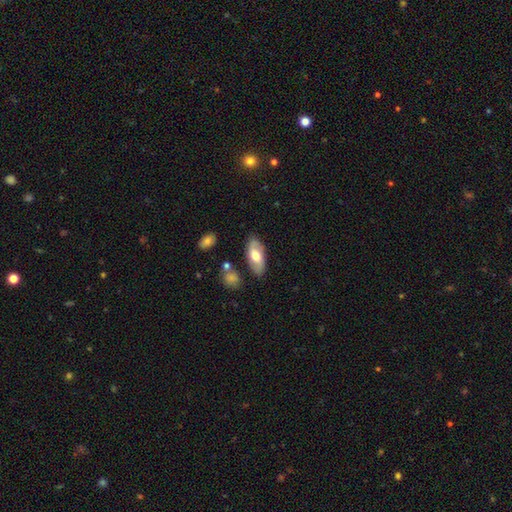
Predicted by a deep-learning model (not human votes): smooth-or-featured: smooth: 57% | featured or disk: 37% | star or artifact: 6%
  how-rounded: in between: 88% | cigar-shaped: 9% | round: 3%
  merging: none: 80% | minor disturbance: 14% | major disturbance: 3% | merger: 3%